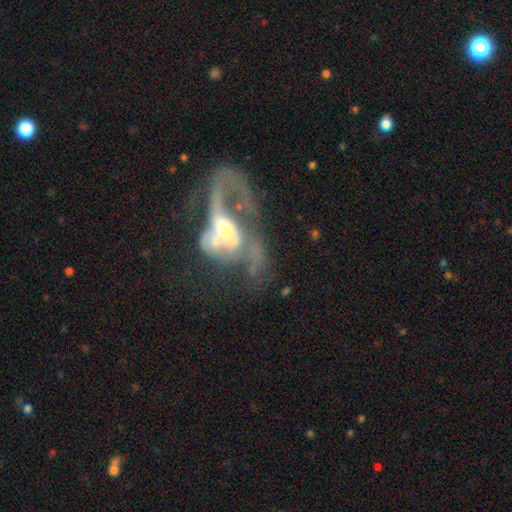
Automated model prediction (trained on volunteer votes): A featured or disk galaxy (75%) with no bar (67%), spiral arms (61%) and a moderate central bulge (50%).

Vote fractions:
- Smooth or featured? featured or disk: 75% / smooth: 15% / star or artifact: 10%
- Edge-on disk? no: 95% / yes: 5%
- Bar? no: 67% / weak: 25% / strong: 8%
- Spiral arms? yes: 61% / no: 39%
- Bulge size? moderate: 50% / small: 31% / large: 10% / none: 7% / dominant: 2%
- Merging? major disturbance: 52% / merger: 25% / none: 15% / minor disturbance: 9%